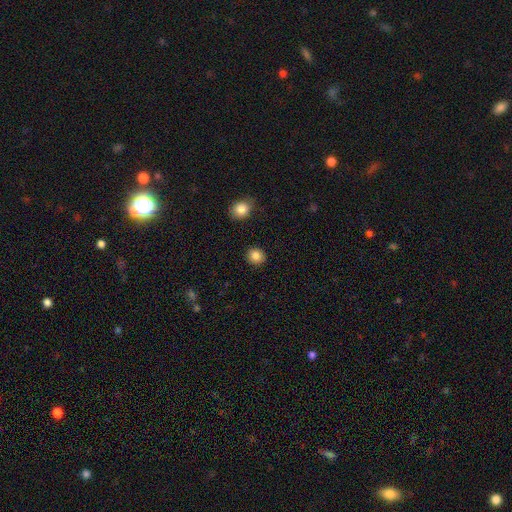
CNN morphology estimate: Overall: smooth (86%). How rounded: round (86%). Merging: none (91%).